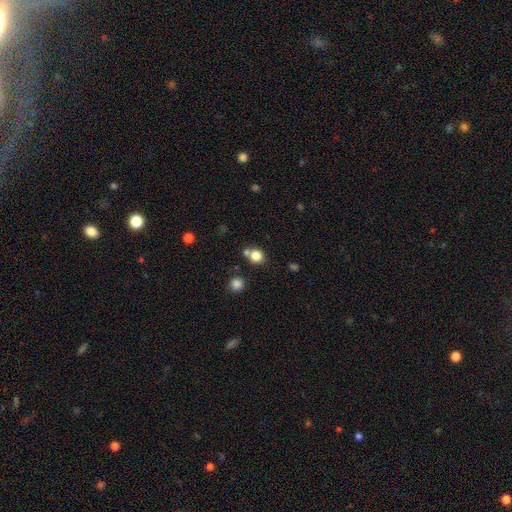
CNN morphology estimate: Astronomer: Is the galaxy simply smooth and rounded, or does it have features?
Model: smooth — 81%.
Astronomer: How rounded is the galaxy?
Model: round — 82%.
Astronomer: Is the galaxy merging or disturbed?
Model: none — 65%.